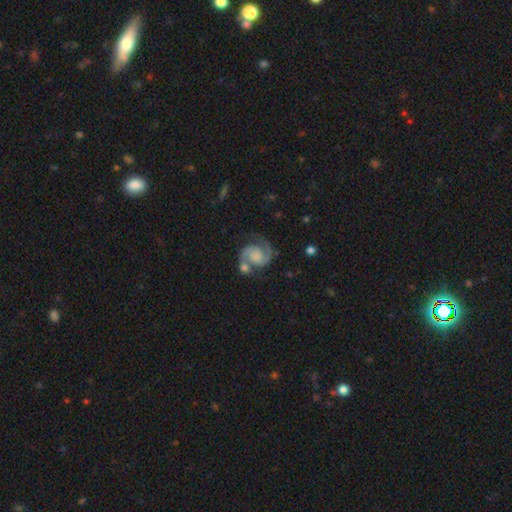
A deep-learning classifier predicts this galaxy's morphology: Smooth or featured: featured or disk — 89% (smooth — 6%)
Edge-on disk: no — 98% (yes — 2%)
Bar: no — 66% (weak — 27%)
Spiral arms: yes — 98% (no — 2%)
Spiral winding: medium — 57% (tight — 28%)
Spiral arm count: 2 — 93% (can't tell — 2%)
Bulge size: none — 36% (small — 26%)
Merging: none — 59% (merger — 19%)